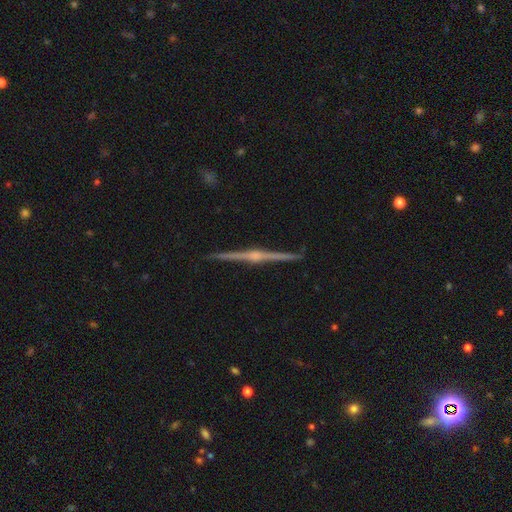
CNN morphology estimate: Smooth or featured? featured or disk (89%)
Edge-on disk? yes (99%)
Edge-on bulge? rounded (86%)
Merging? none (93%)